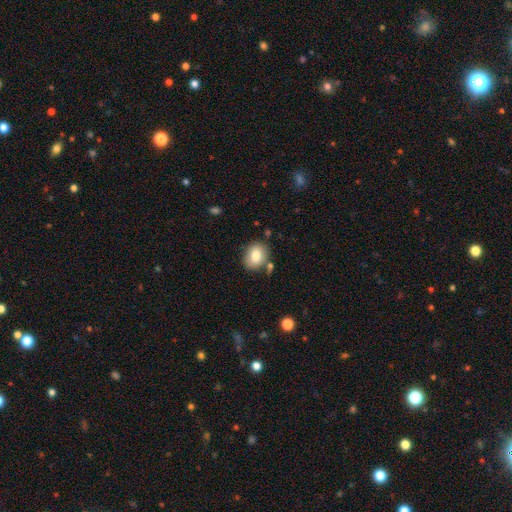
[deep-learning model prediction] Morphology: type=smooth (80%); roundness=in between (60%); merging=none (74%).